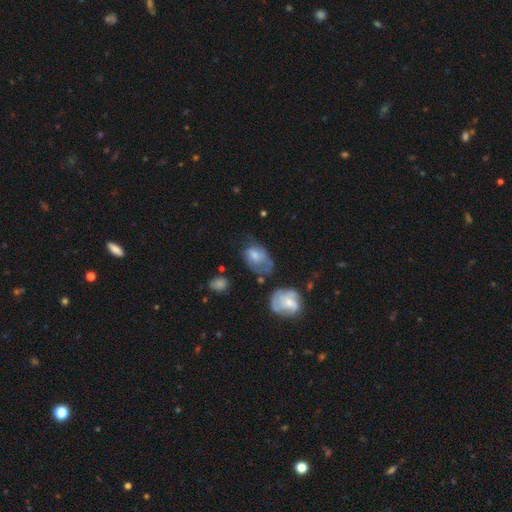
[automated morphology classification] This is possibly a smooth galaxy (57%). How rounded: likely in between (80%). Merging: marginally major disturbance (33%).